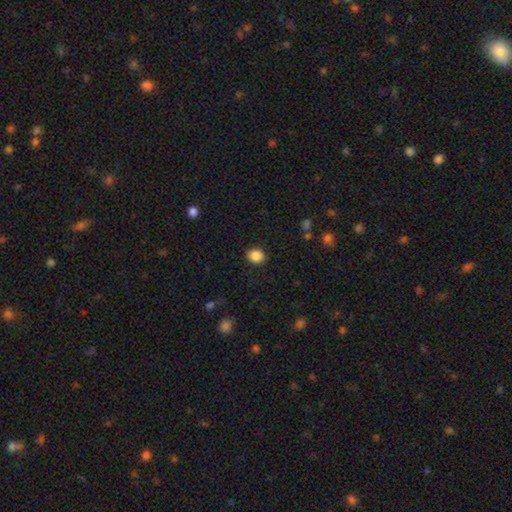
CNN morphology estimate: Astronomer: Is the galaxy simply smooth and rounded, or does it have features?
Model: smooth — 87%.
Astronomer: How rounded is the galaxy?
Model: round — 62%.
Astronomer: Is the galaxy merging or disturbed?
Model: none — 90%.